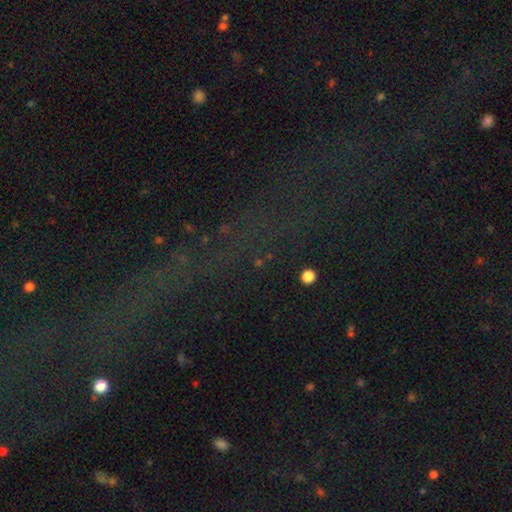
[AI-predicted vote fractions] Overall: star or artifact (63%).